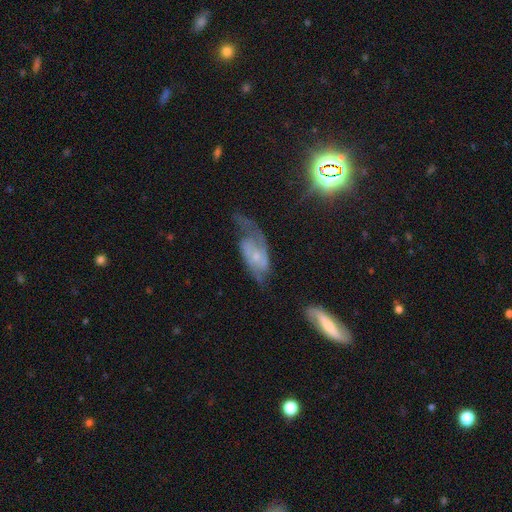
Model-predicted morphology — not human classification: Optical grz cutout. It shows a featured or disk galaxy (74%) with no bar (67%), 2 (66%) medium (42%) spiral arms (88%) and a small central bulge (67%). Merging: none (42%).